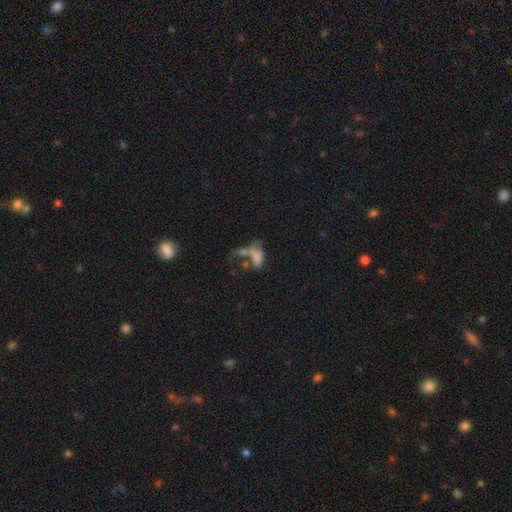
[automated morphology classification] This is possibly a smooth galaxy (56%). How rounded: clearly in between (86%). Merging: marginally merger (44%).